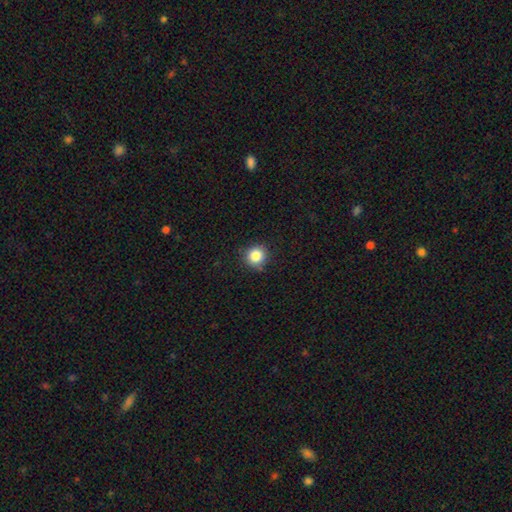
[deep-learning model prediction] Smooth or featured: smooth — 85% (star or artifact — 11%)
How rounded: round — 93% (in between — 6%)
Merging: none — 87% (minor disturbance — 9%)